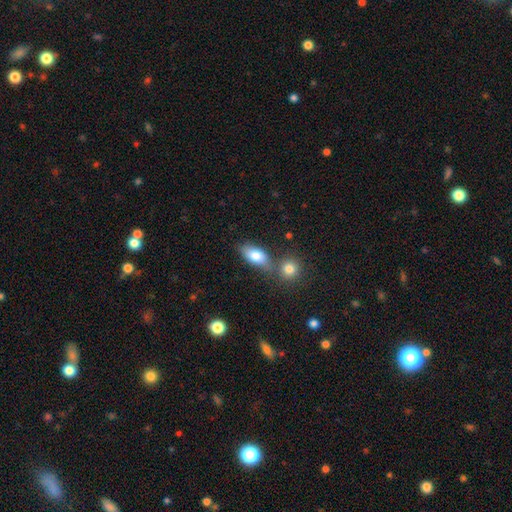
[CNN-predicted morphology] smooth_or_featured: smooth (p=0.80) [alt: featured or disk p=0.13]
how_rounded: in between (p=0.86) [alt: cigar-shaped p=0.08]
merging: none (p=0.55) [alt: merger p=0.27]